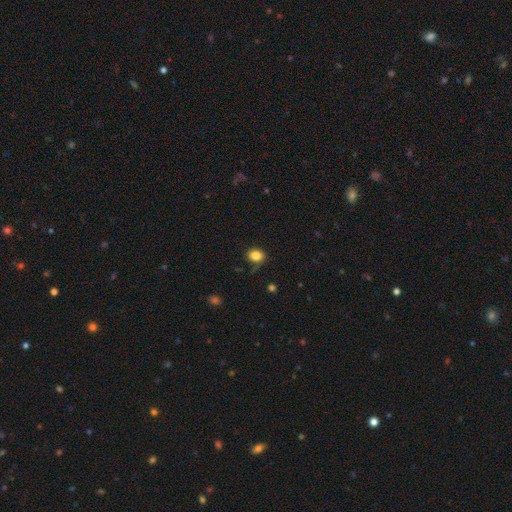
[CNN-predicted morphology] Overall: smooth (84%). How rounded: round (62%; in between 37%). Merging: none (73%).